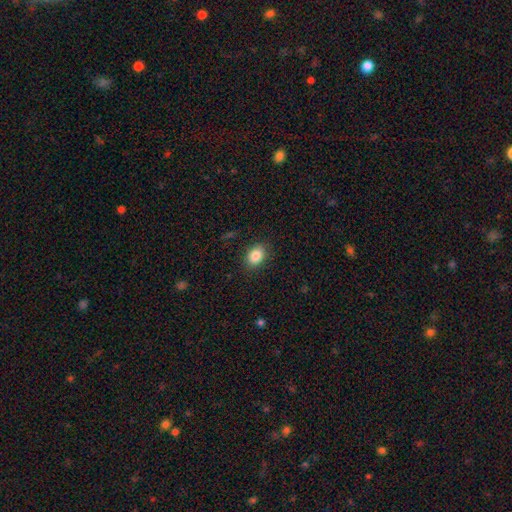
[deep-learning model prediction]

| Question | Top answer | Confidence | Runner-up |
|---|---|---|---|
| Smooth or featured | smooth | 86% | star or artifact (9%) |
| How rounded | in between | 71% | round (28%) |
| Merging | none | 87% | minor disturbance (9%) |